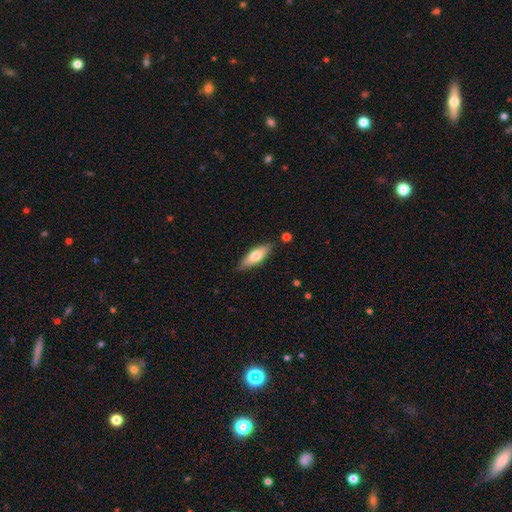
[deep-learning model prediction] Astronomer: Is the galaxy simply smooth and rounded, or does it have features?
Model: smooth — 63%.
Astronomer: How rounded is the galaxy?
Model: in between — 52% (runner-up: cigar-shaped, 46%).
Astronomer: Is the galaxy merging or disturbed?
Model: none — 82%.